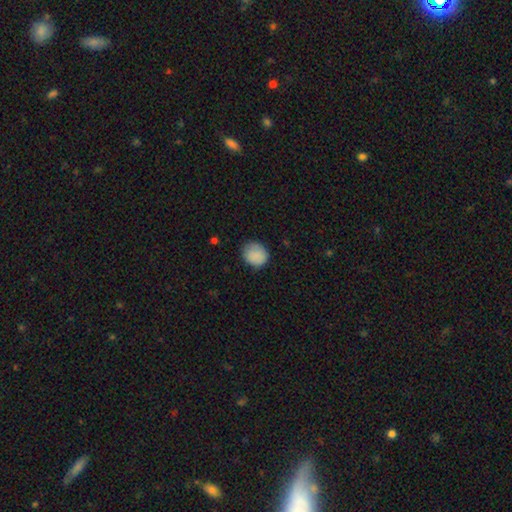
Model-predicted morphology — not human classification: This appears to be a smooth galaxy with no disk features (88%) that is round (76%). Merging: none (79%).